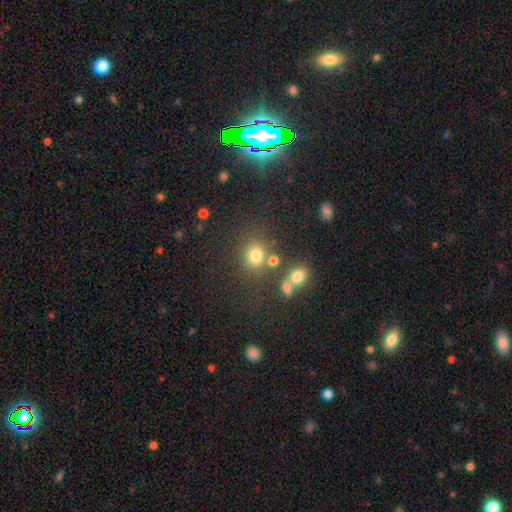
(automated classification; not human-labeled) Smooth or featured? smooth (74%)
How rounded? round (75%)
Merging? none (66%)